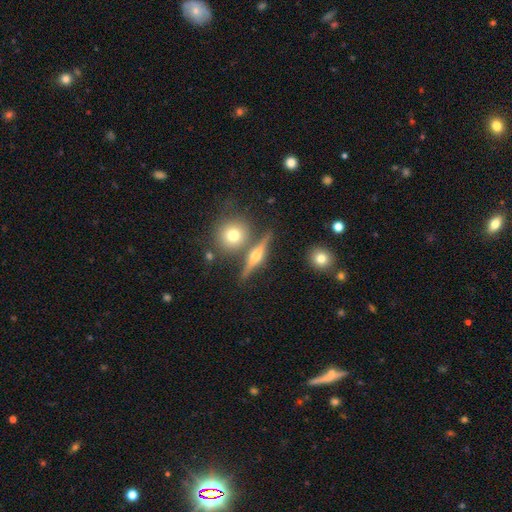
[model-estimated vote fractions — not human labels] Smooth or featured? Predicted: featured or disk (p=0.74). Edge-on disk? Predicted: yes (p=0.94). Edge-on bulge? Predicted: rounded (p=0.93). Merging? Predicted: none (p=0.78).